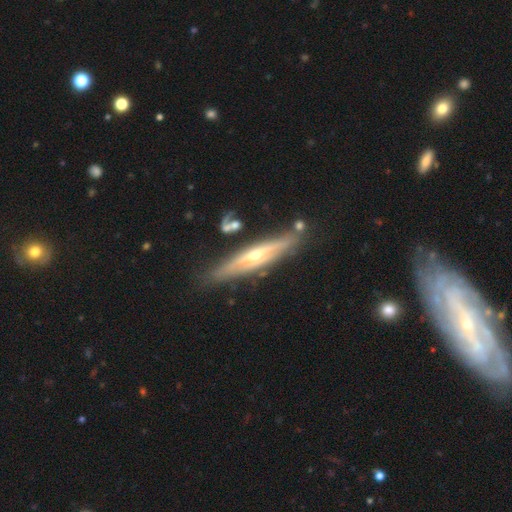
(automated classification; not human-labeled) A featured or disk galaxy (77%) viewed edge-on (92%) with a rounded central bulge (83%).

Vote fractions:
- Smooth or featured? featured or disk: 77% / smooth: 17% / star or artifact: 6%
- Edge-on disk? yes: 92% / no: 8%
- Edge-on bulge? rounded: 83% / none: 13% / boxy: 5%
- Merging? none: 80% / minor disturbance: 13% / merger: 4% / major disturbance: 3%